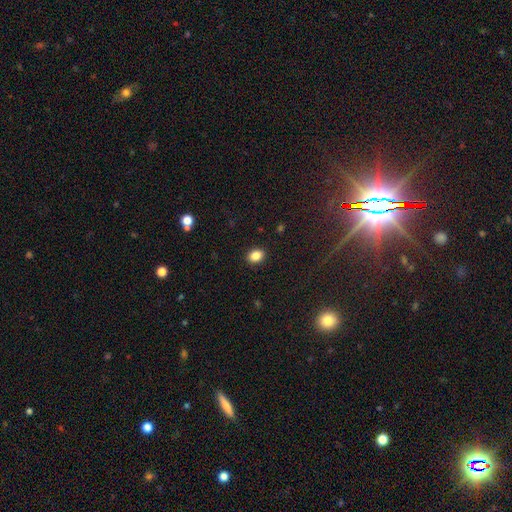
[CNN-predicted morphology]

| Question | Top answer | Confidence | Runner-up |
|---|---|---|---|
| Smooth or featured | smooth | 86% | star or artifact (10%) |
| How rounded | in between | 63% | round (36%) |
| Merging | none | 91% | minor disturbance (7%) |